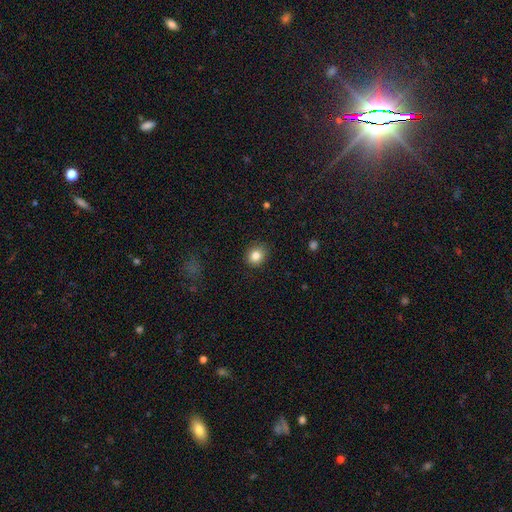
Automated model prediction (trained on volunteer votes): smooth_or_featured: smooth (p=0.85) [alt: star or artifact p=0.10]
how_rounded: round (p=0.72) [alt: in between p=0.28]
merging: none (p=0.87) [alt: minor disturbance p=0.10]